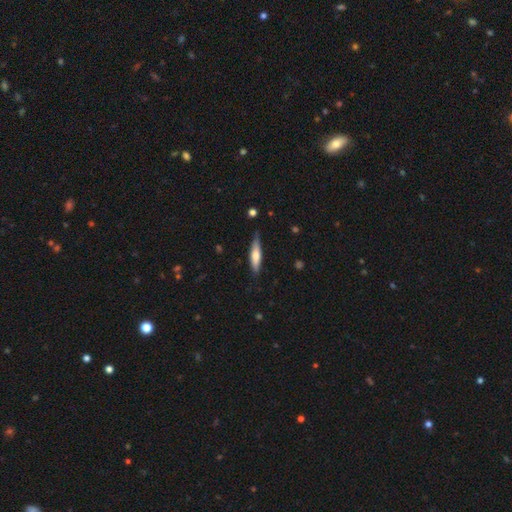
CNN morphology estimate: A smooth galaxy with no disk features (59%) that is cigar-shaped (75%).

Vote fractions:
- Smooth or featured? smooth: 59% / featured or disk: 35% / star or artifact: 5%
- How rounded? cigar-shaped: 75% / in between: 24% / round: 2%
- Merging? none: 78% / minor disturbance: 18% / major disturbance: 3% / merger: 1%